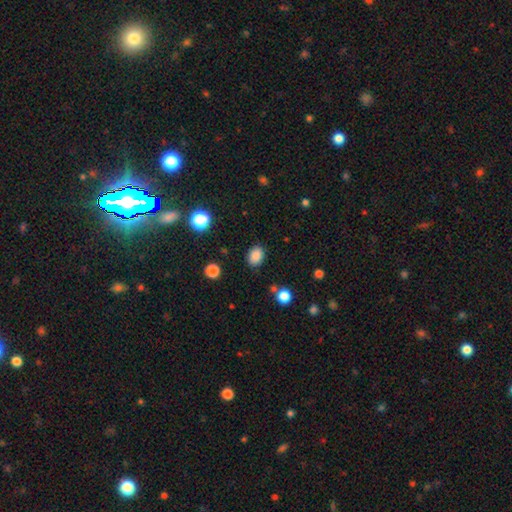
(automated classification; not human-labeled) Smooth or featured? Predicted: smooth (p=0.86). How rounded? Predicted: in between (p=0.64). Merging? Predicted: none (p=0.85).